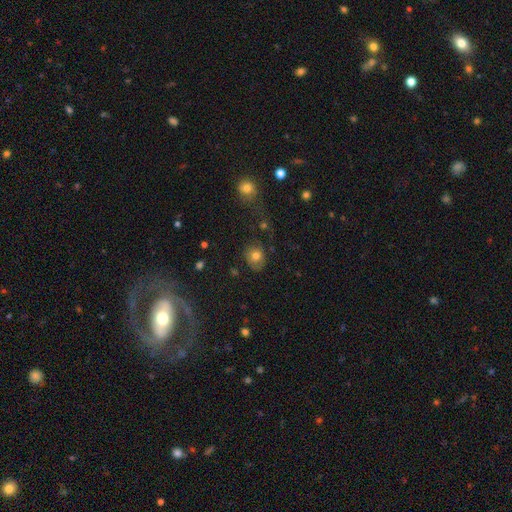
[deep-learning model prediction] smooth_or_featured: smooth (p=0.72) [alt: featured or disk p=0.15]
how_rounded: round (p=0.62) [alt: in between p=0.37]
merging: none (p=0.72) [alt: minor disturbance p=0.18]